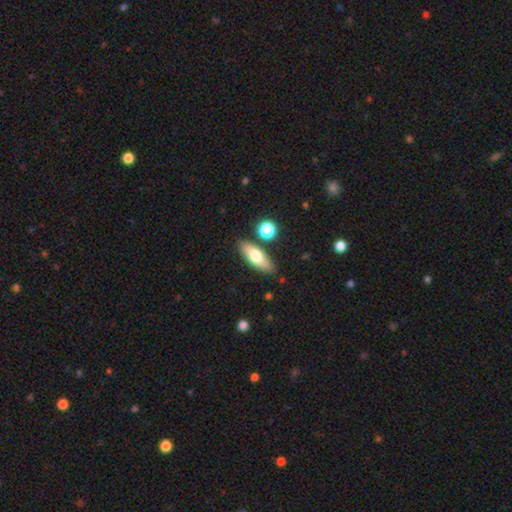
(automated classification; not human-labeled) The model was most divided on "how rounded": in between: 63%, cigar-shaped: 34%, round: 3%. More confident: merging — none (83%); smooth or featured — smooth (69%).